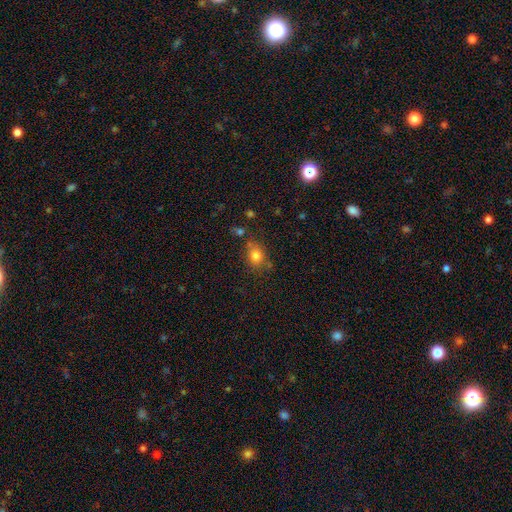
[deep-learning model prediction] smooth 79%, star or artifact 12%, featured or disk 9%. Down the decision tree: how rounded — in between (49%, tied with round); merging — none (66%).